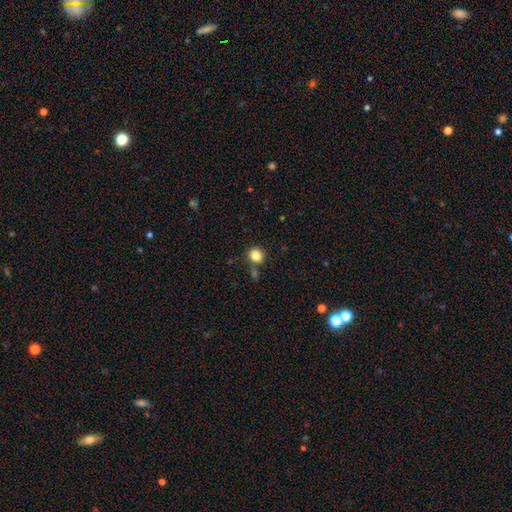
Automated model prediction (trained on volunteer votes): This is clearly a smooth galaxy (84%). How rounded: clearly round (83%). Merging: likely none (77%).